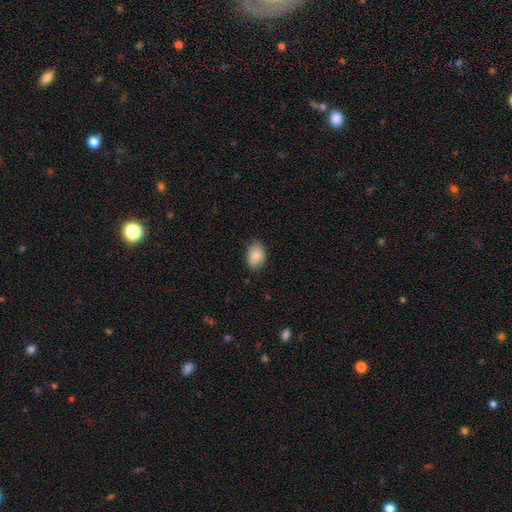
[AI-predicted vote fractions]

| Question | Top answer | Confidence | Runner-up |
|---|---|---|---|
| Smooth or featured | smooth | 86% | featured or disk (7%) |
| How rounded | in between | 82% | round (17%) |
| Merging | none | 83% | minor disturbance (14%) |